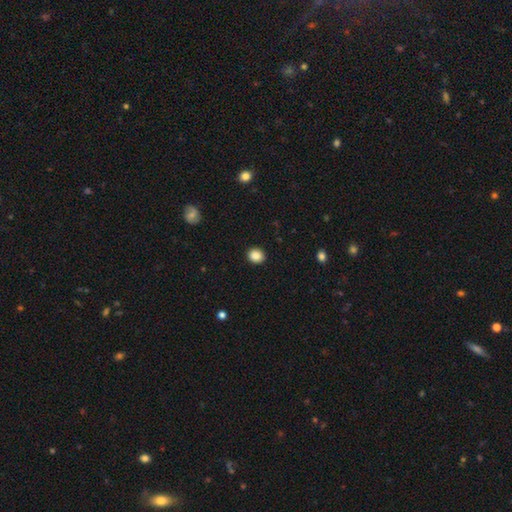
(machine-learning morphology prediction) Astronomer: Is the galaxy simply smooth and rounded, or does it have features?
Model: smooth — 88%.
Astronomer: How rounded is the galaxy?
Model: round — 74%.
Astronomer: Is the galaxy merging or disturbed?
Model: none — 91%.